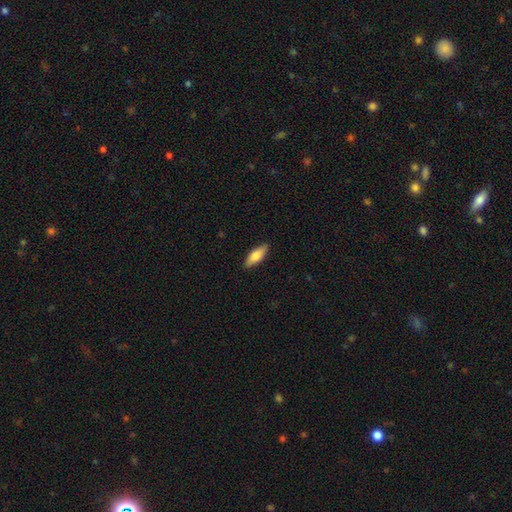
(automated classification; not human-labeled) Q: Smooth or featured?
A: smooth (76%); runner-up: featured or disk (18%)
Q: How rounded?
A: in between (64%); runner-up: cigar-shaped (34%)
Q: Merging?
A: none (88%); runner-up: minor disturbance (9%)